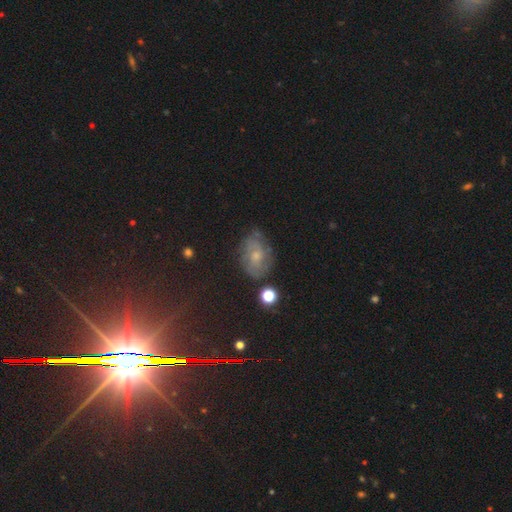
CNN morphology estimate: type=featured or disk (48%); merging=none (64%).